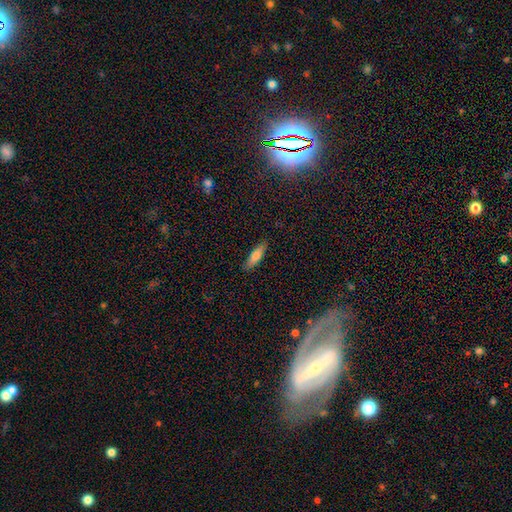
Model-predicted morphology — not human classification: A smooth galaxy with no disk features (75%) that is cigar-shaped (60%).

Vote fractions:
- Smooth or featured? smooth: 75% / featured or disk: 18% / star or artifact: 7%
- How rounded? cigar-shaped: 60% / in between: 38% / round: 2%
- Merging? none: 87% / minor disturbance: 10% / major disturbance: 2% / merger: 1%